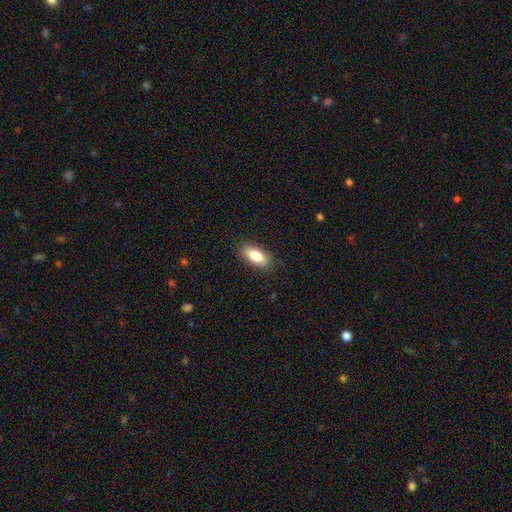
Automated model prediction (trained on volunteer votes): The model was most divided on "how rounded": in between: 83%, cigar-shaped: 14%, round: 3%. More confident: merging — none (86%); smooth or featured — smooth (82%).